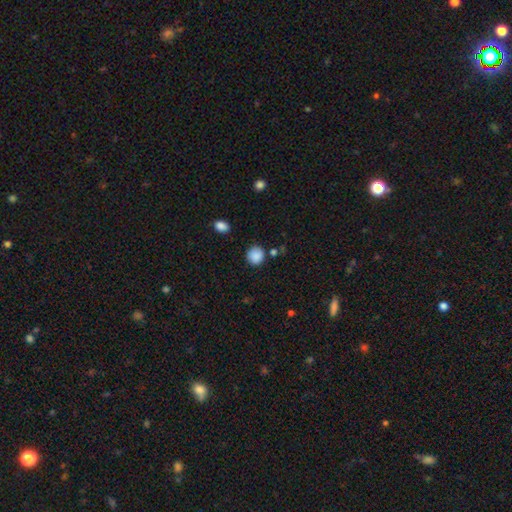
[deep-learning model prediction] Smooth or featured?
  - smooth: 88% *
  - star or artifact: 9%
  - featured or disk: 3%
How rounded?
  - round: 89% *
  - in between: 10%
  - cigar-shaped: 1%
Merging?
  - none: 81% *
  - minor disturbance: 12%
  - merger: 4%
  - major disturbance: 3%